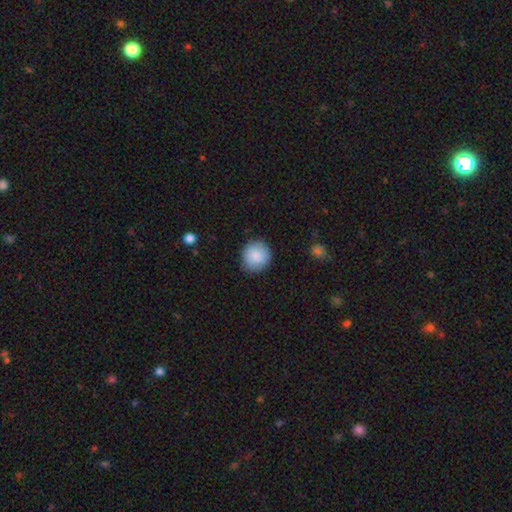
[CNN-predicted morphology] A smooth galaxy with no disk features (88%) that is round (90%). Merging: none (88%).